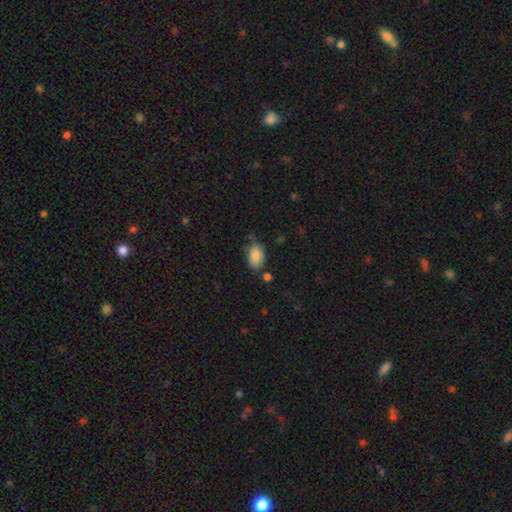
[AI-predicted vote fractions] Smooth or featured: smooth — 86% (star or artifact — 7%)
How rounded: in between — 91% (round — 7%)
Merging: none — 69% (minor disturbance — 20%)